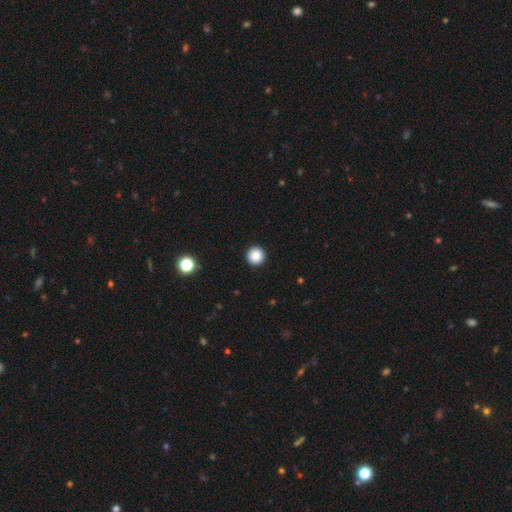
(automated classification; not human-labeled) The model was most divided on "smooth or featured": smooth: 86%, star or artifact: 10%, featured or disk: 4%. More confident: how rounded — round (97%); merging — none (94%).